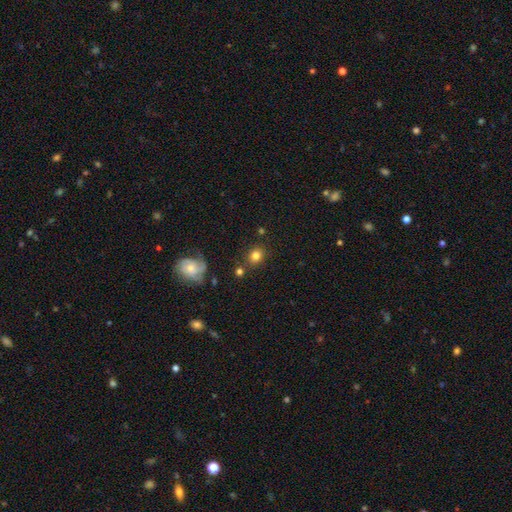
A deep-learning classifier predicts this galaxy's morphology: Overall: smooth (78%). How rounded: round (70%). Merging: none (80%).